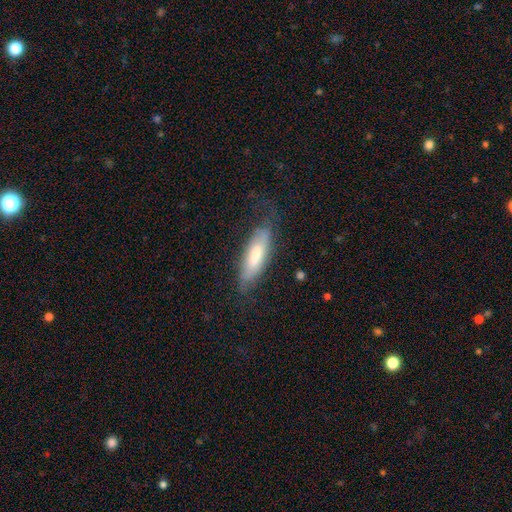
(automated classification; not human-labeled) This is likely a smooth galaxy (64%). How rounded: possibly in between (54%). Merging: likely none (64%).